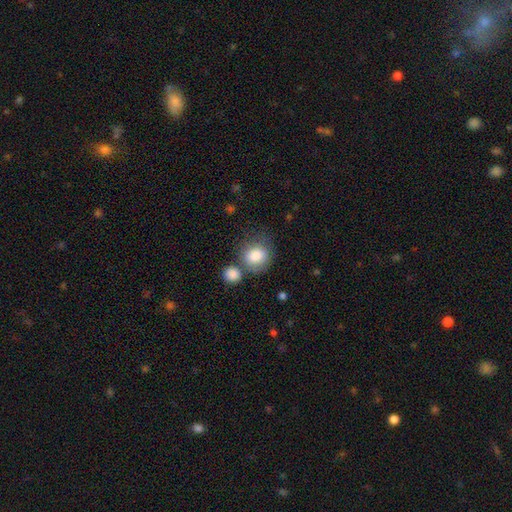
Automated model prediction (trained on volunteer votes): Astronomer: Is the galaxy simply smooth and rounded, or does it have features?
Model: smooth — 84%.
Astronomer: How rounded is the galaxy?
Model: round — 75%.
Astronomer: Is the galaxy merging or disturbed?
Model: none — 55%.